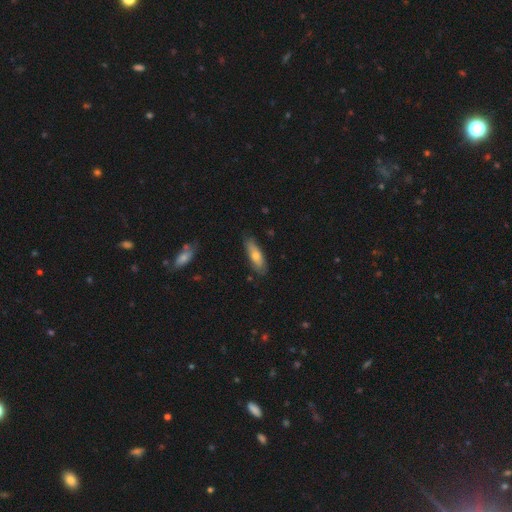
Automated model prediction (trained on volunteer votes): This is likely a smooth galaxy (67%). How rounded: possibly in between (51%). Merging: likely none (80%).